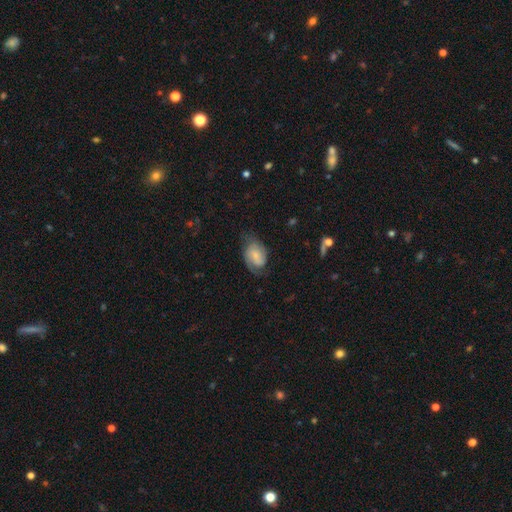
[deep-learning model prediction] Smooth or featured? Predicted: featured or disk (p=0.55). Edge-on disk? Predicted: no (p=0.97). Bar? Predicted: no (p=0.50). Spiral arms? Predicted: yes (p=0.89). Bulge size? Predicted: small (p=0.48). Merging? Predicted: none (p=0.56).